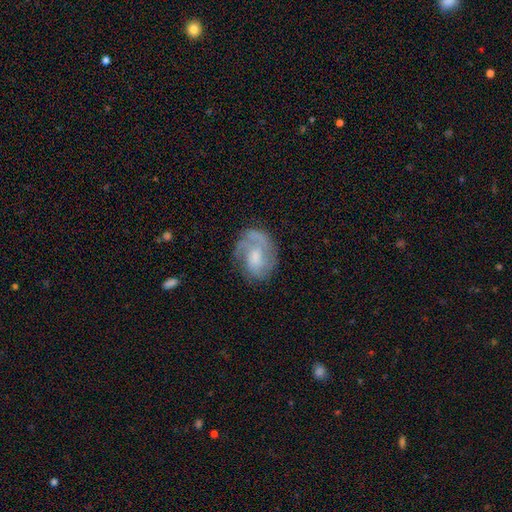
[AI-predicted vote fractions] Smooth or featured: featured or disk — 70% (smooth — 23%)
Edge-on disk: no — 97% (yes — 3%)
Bar: no — 57% (weak — 36%)
Spiral arms: yes — 87% (no — 13%)
Spiral winding: medium — 42% (tight — 39%)
Spiral arm count: 2 — 39% (can't tell — 25%)
Bulge size: moderate — 46% (small — 30%)
Merging: none — 64% (minor disturbance — 21%)